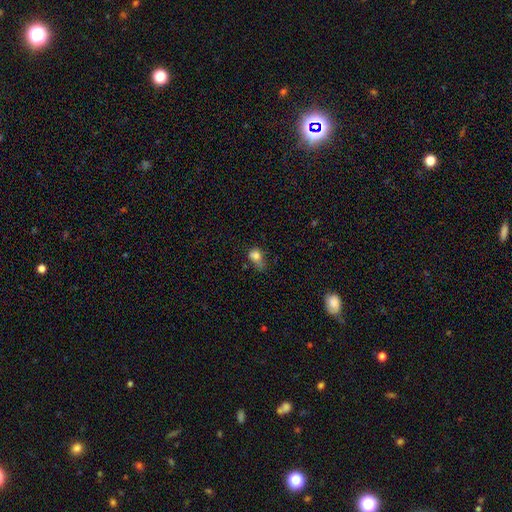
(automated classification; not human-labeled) Smooth or featured? Predicted: smooth (p=0.77). How rounded? Predicted: in between (p=0.67). Merging? Predicted: minor disturbance (p=0.38).